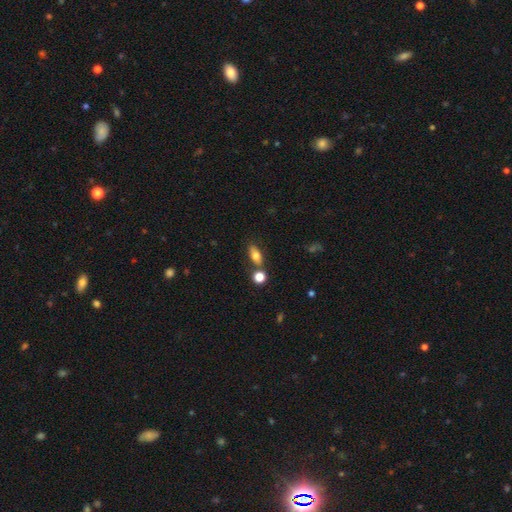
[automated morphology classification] A smooth galaxy with no disk features (72%) that is in between round and cigar-shaped (77%).

Vote fractions:
- Smooth or featured? smooth: 72% / featured or disk: 18% / star or artifact: 9%
- How rounded? in between: 77% / cigar-shaped: 13% / round: 10%
- Merging? none: 70% / merger: 14% / minor disturbance: 12% / major disturbance: 4%